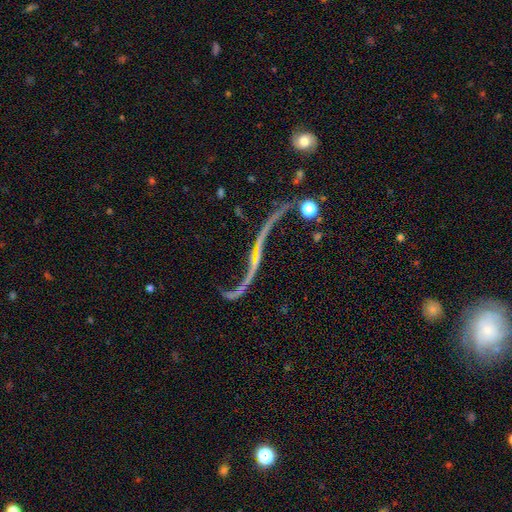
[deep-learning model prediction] Smooth or featured? Predicted: featured or disk (p=0.82). Edge-on disk? Predicted: no (p=0.84). Bar? Predicted: no (p=0.47). Spiral arms? Predicted: yes (p=0.85). Spiral winding? Predicted: loose (p=0.95). Spiral arm count? Predicted: 2 (p=0.89). Bulge size? Predicted: none (p=0.50). Merging? Predicted: none (p=0.46).